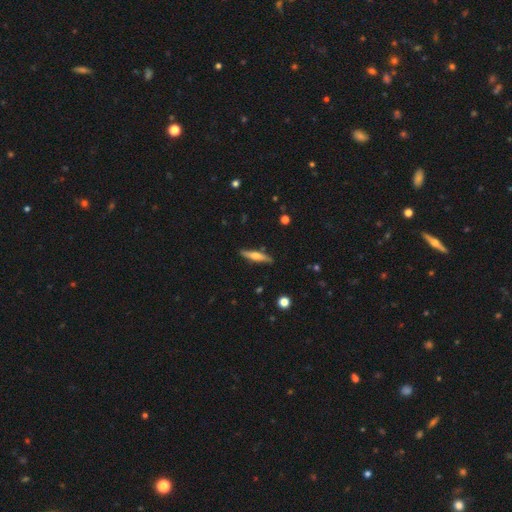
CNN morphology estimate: featured or disk 50%, smooth 44%, star or artifact 6%. Down the decision tree: edge-on disk — yes (94%); merging — none (88%).